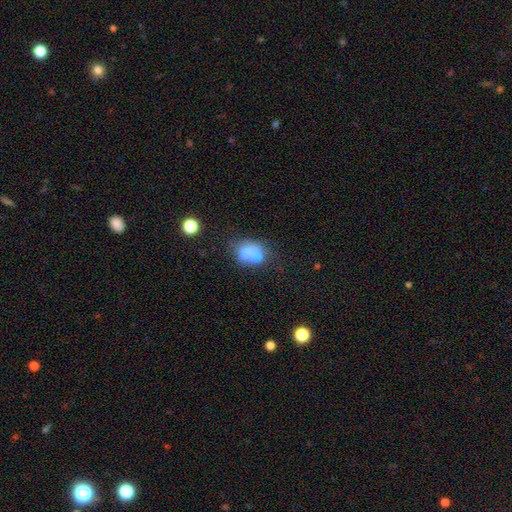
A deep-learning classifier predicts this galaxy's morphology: This is likely a smooth galaxy (65%). How rounded: possibly round (50%). Merging: marginally merger (42%).